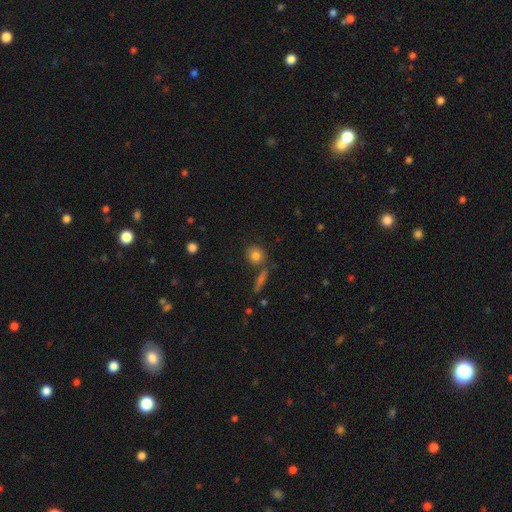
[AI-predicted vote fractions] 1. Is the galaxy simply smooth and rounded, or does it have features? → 82% smooth, 10% star or artifact, 8% featured or disk.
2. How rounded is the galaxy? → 79% round, 18% in between, 2% cigar-shaped.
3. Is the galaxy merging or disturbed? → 73% none, 13% merger, 11% minor disturbance, 3% major disturbance.